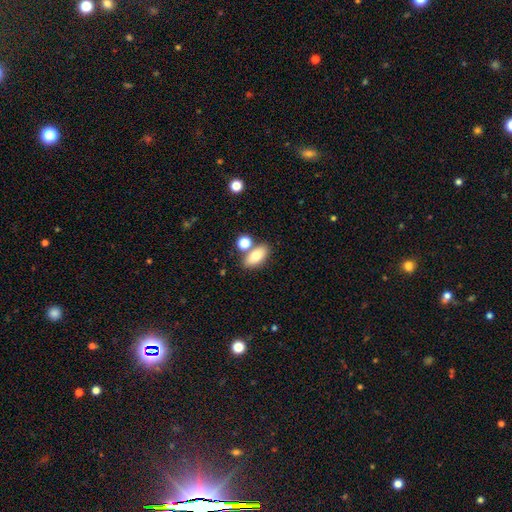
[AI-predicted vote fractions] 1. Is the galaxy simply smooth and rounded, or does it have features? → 80% smooth, 12% featured or disk, 8% star or artifact.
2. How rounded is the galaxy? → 87% in between, 8% round, 6% cigar-shaped.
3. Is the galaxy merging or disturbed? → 67% none, 19% merger, 11% minor disturbance, 3% major disturbance.